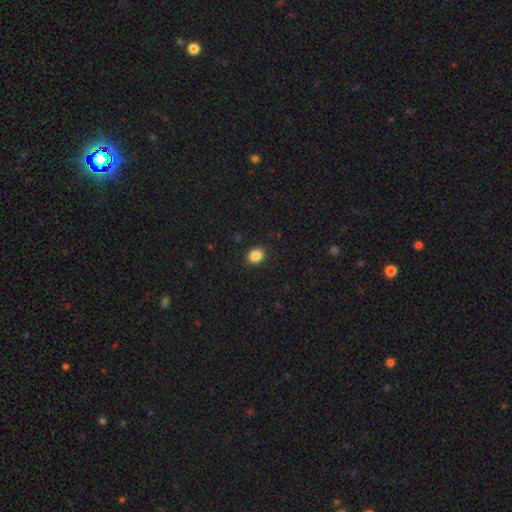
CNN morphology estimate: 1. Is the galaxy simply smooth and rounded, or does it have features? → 86% smooth, 10% star or artifact, 4% featured or disk.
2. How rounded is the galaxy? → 50% in between, 49% round, 1% cigar-shaped.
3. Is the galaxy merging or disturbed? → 91% none, 6% minor disturbance, 2% major disturbance, 1% merger.